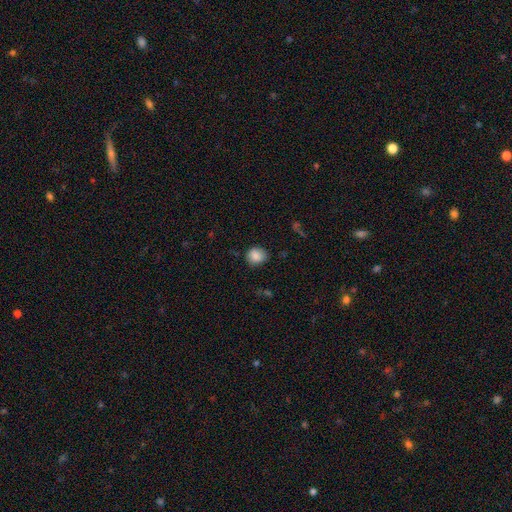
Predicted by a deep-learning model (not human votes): A smooth galaxy with no disk features (85%) that is round (71%). Merging: none (77%).